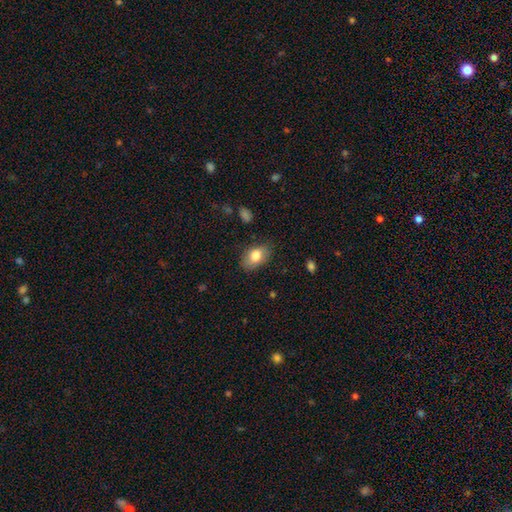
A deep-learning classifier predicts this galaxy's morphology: A smooth galaxy with no disk features (79%) that is in between round and cigar-shaped (89%). Merging: none (81%).